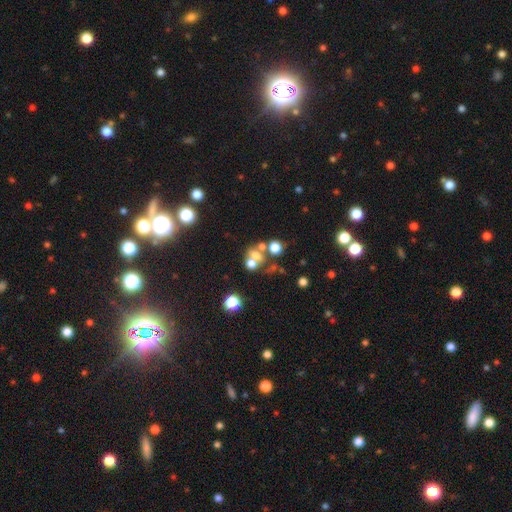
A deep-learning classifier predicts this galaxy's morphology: The model was most divided on "merging": merger: 44%, none: 37%, minor disturbance: 10%, major disturbance: 9%. More confident: how rounded — round (59%); smooth or featured — smooth (53%).